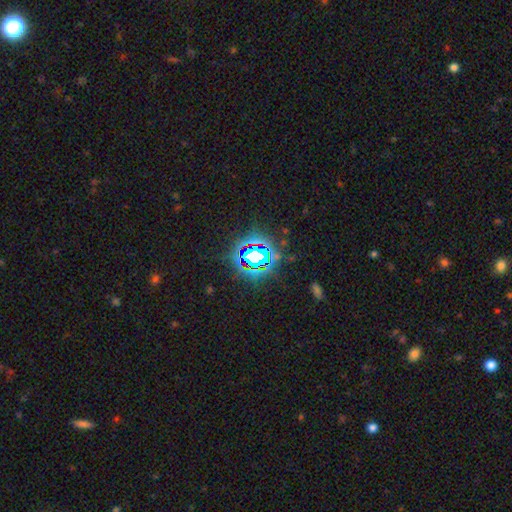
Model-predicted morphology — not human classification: The model was most divided on "smooth or featured": star or artifact: 75%, smooth: 14%, featured or disk: 11%.